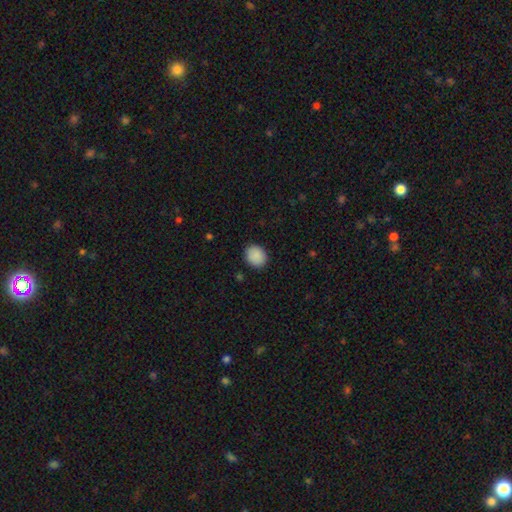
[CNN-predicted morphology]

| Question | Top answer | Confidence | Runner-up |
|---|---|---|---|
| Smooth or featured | smooth | 90% | star or artifact (8%) |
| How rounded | round | 65% | in between (34%) |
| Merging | none | 89% | minor disturbance (8%) |